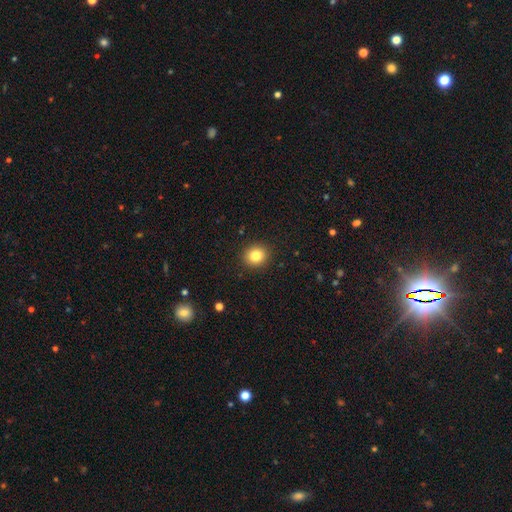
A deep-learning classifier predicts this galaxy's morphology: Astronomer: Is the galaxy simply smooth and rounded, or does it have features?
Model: smooth — 83%.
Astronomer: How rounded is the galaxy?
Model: round — 86%.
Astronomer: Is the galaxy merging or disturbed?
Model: none — 91%.